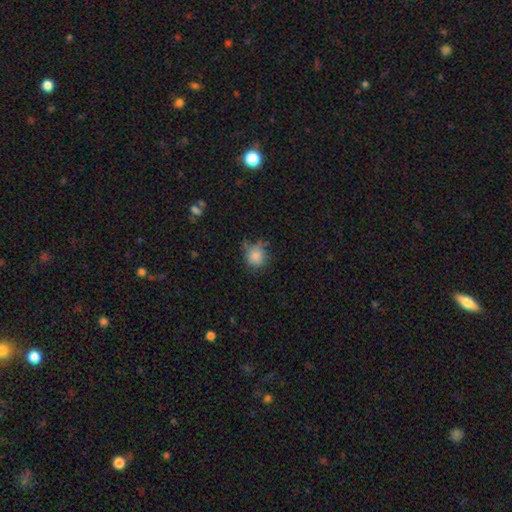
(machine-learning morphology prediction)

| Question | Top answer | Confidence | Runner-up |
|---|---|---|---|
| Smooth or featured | smooth | 82% | star or artifact (10%) |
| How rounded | round | 82% | in between (17%) |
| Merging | none | 63% | minor disturbance (25%) |